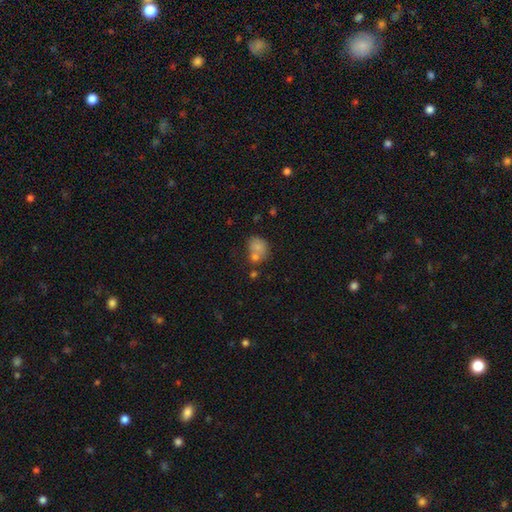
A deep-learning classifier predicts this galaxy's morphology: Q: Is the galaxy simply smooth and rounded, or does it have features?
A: smooth — 69%.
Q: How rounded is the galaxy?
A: round — 58%.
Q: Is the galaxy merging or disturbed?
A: none — 46%.